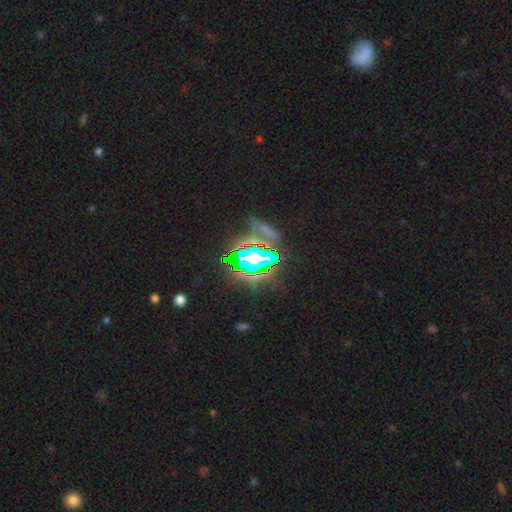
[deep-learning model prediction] Smooth or featured? Predicted: star or artifact (p=0.83).